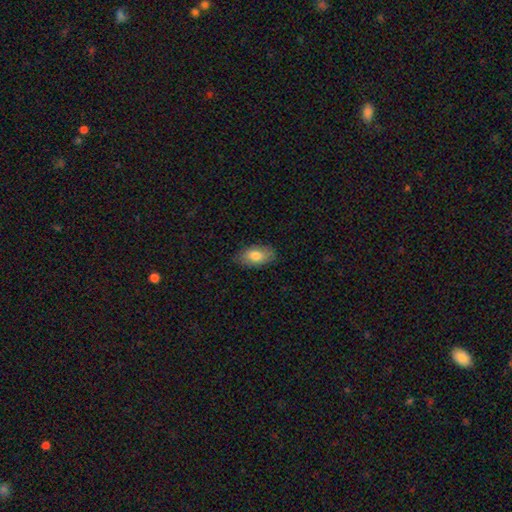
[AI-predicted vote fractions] Smooth or featured?
  - smooth: 79% *
  - featured or disk: 15%
  - star or artifact: 7%
How rounded?
  - in between: 92% *
  - round: 5%
  - cigar-shaped: 3%
Merging?
  - none: 83% *
  - minor disturbance: 13%
  - major disturbance: 3%
  - merger: 1%